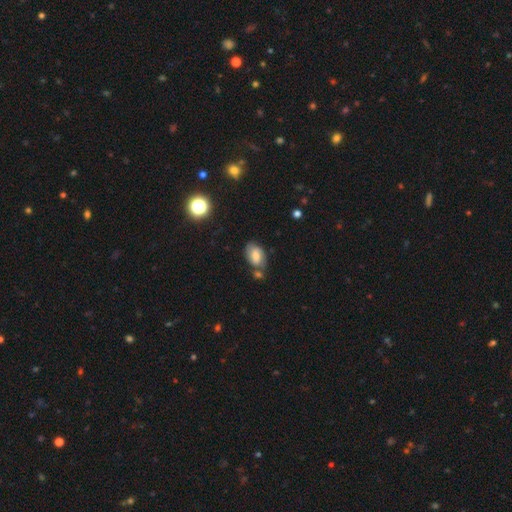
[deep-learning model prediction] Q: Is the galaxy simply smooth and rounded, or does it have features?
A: smooth — 62%.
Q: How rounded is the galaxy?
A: in between — 88%.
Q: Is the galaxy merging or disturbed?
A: none — 53%.